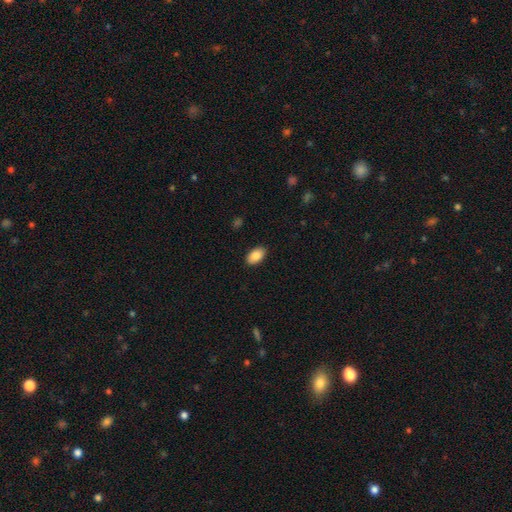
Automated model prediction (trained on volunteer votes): Overall: smooth (88%). How rounded: in between (94%). Merging: none (89%).